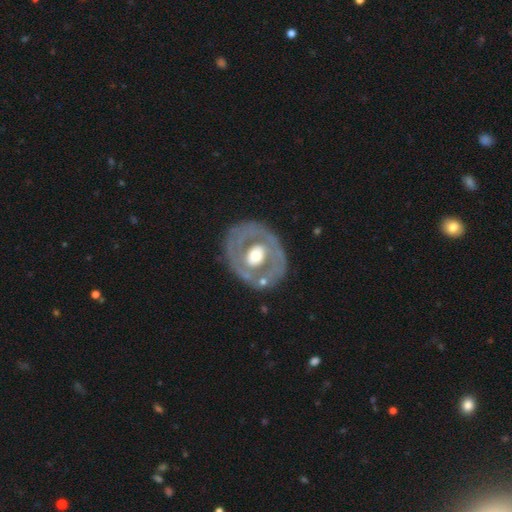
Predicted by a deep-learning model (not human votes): A featured or disk galaxy (70%) with no bar (70%), no spiral arms (69%) and a moderate central bulge (61%). Merging: none (73%).